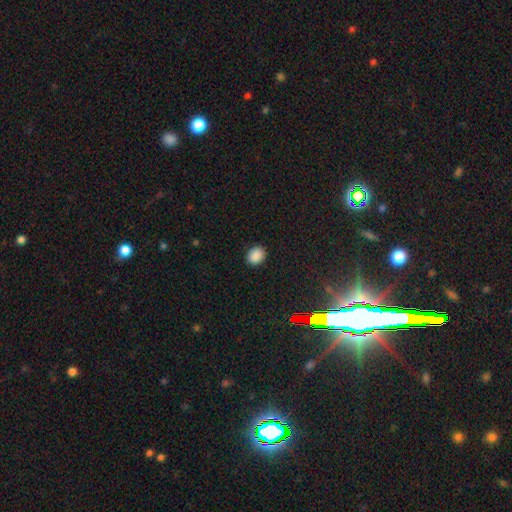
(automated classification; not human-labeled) A smooth galaxy with no disk features (88%) that is in between round and cigar-shaped (53%). Merging: none (89%).